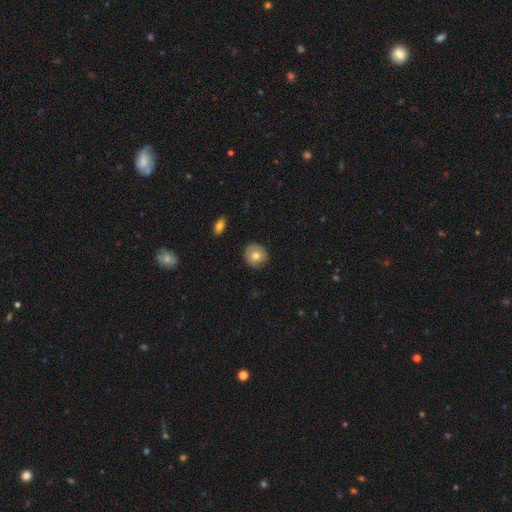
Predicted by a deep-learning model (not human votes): Smooth or featured?
  - smooth: 76% *
  - featured or disk: 16%
  - star or artifact: 8%
How rounded?
  - round: 88% *
  - in between: 11%
  - cigar-shaped: 1%
Merging?
  - none: 85% *
  - minor disturbance: 12%
  - major disturbance: 2%
  - merger: 1%